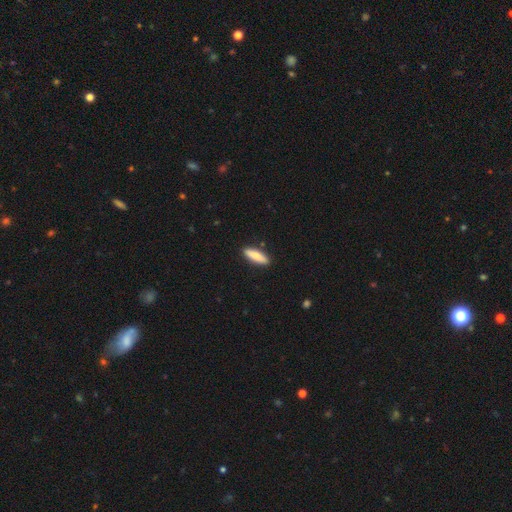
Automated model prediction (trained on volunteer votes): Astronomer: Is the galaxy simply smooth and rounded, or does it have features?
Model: smooth — 78%.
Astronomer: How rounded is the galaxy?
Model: cigar-shaped — 60% (runner-up: in between, 39%).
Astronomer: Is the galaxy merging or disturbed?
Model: none — 89%.